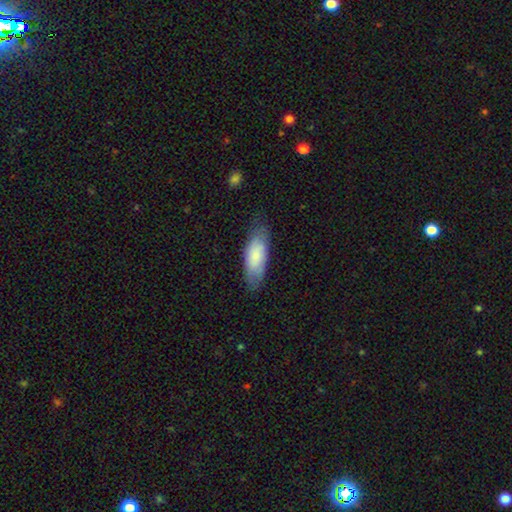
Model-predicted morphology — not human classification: Overall: smooth (76%). How rounded: in between (77%). Merging: none (73%).